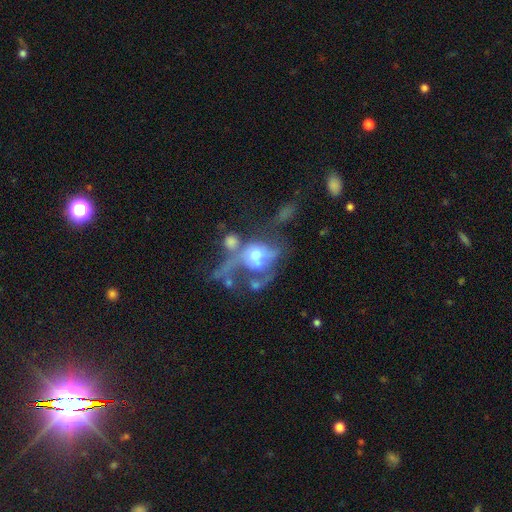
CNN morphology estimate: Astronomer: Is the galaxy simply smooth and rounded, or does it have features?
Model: featured or disk — 55% (runner-up: smooth, 33%).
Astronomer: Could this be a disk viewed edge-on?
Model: no — 94%.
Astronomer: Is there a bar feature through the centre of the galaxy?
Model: no — 79%.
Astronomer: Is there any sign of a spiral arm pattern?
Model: no — 70%.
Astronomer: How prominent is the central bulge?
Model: moderate — 49% (runner-up: large, 27%).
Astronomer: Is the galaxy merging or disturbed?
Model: major disturbance — 40% (runner-up: merger, 37%).